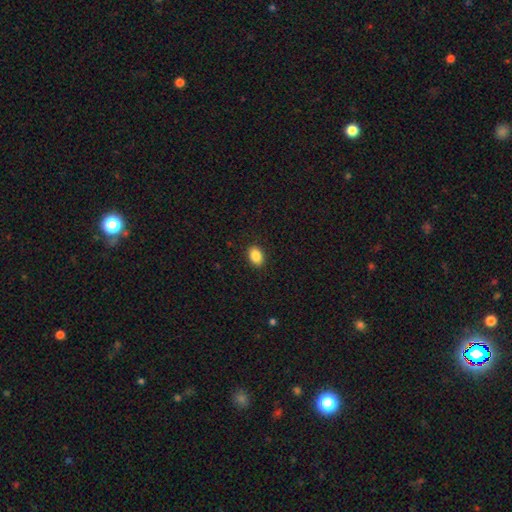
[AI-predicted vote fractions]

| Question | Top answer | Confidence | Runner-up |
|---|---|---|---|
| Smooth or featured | smooth | 88% | star or artifact (8%) |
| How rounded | in between | 79% | round (20%) |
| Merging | none | 90% | minor disturbance (7%) |